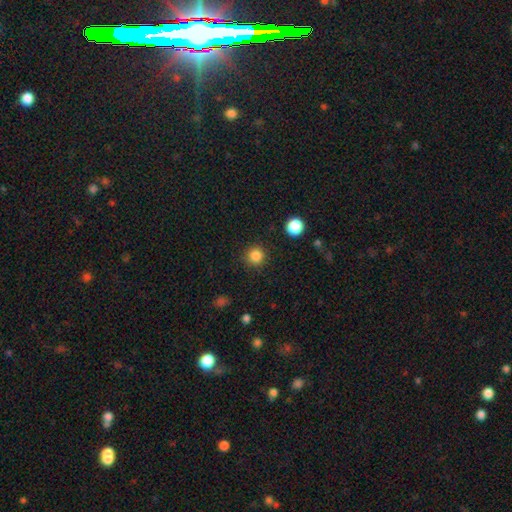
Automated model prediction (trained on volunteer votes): This is clearly a smooth galaxy (84%). How rounded: clearly round (95%). Merging: clearly none (90%).